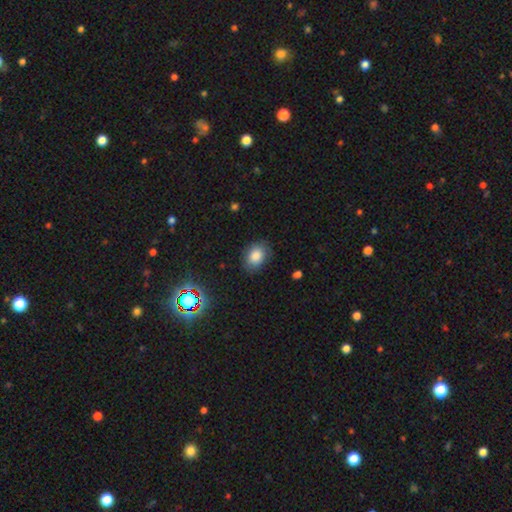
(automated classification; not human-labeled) Smooth or featured?
  - smooth: 84% *
  - star or artifact: 10%
  - featured or disk: 6%
How rounded?
  - in between: 71% *
  - round: 28%
  - cigar-shaped: 1%
Merging?
  - none: 81% *
  - minor disturbance: 14%
  - major disturbance: 3%
  - merger: 1%